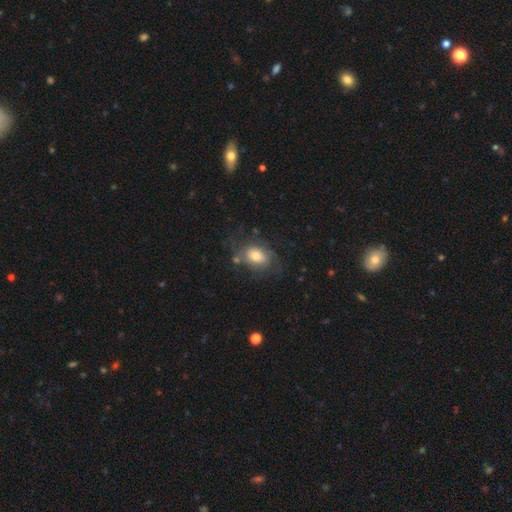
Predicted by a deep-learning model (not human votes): Q: Smooth or featured?
A: smooth (51%); runner-up: featured or disk (40%)
Q: How rounded?
A: in between (72%); runner-up: round (26%)
Q: Merging?
A: none (57%); runner-up: minor disturbance (23%)